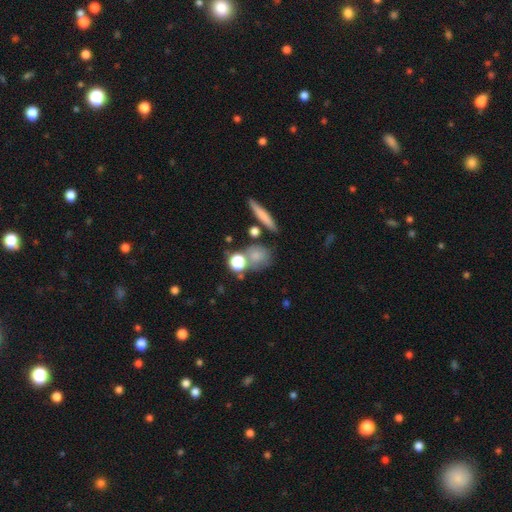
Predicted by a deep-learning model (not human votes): smooth 73%, featured or disk 15%, star or artifact 12%. Down the decision tree: how rounded — round (69%); merging — none (59%).